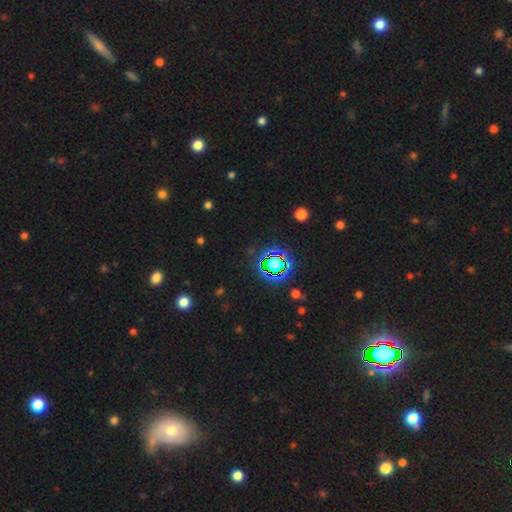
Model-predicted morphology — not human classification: Overall: star or artifact (75%).